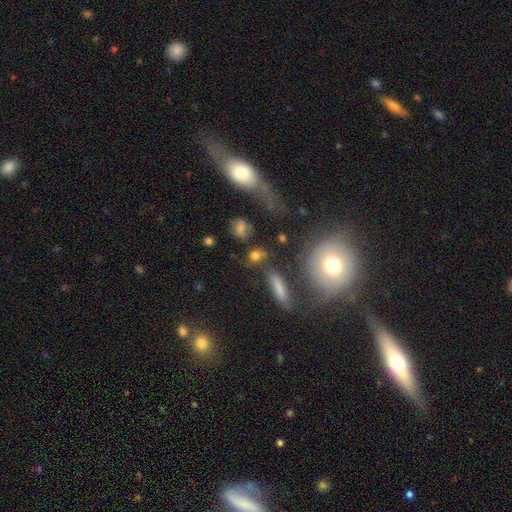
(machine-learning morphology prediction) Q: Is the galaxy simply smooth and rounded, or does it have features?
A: smooth — 67%.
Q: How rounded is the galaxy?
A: in between — 46%.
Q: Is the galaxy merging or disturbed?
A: none — 62%.